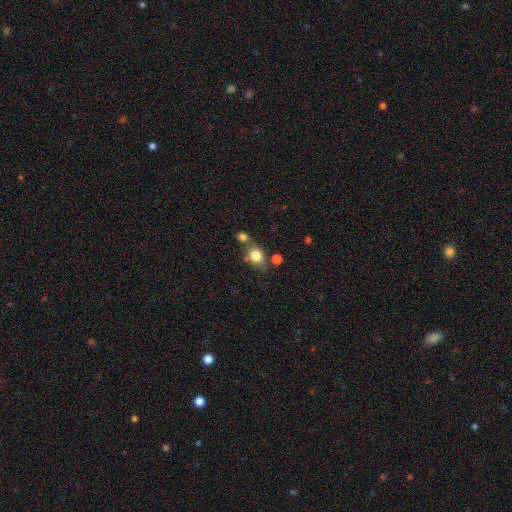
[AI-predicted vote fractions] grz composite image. It shows a smooth galaxy with no disk features (81%) that is round (58%). Merging: none (58%).